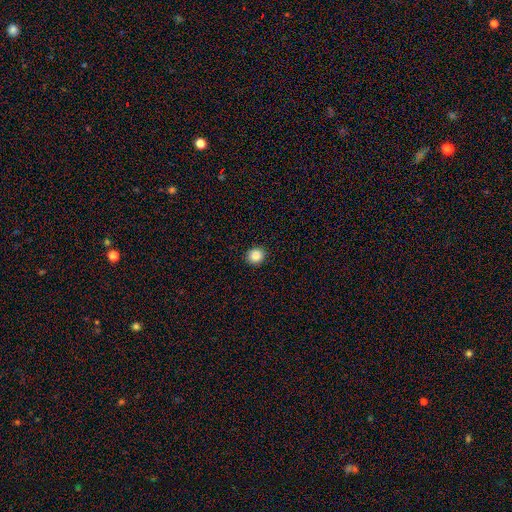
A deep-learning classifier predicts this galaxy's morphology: A smooth galaxy with no disk features (87%) that is round (88%).

Vote fractions:
- Smooth or featured? smooth: 87% / star or artifact: 10% / featured or disk: 4%
- How rounded? round: 88% / in between: 11% / cigar-shaped: 1%
- Merging? none: 93% / minor disturbance: 5% / major disturbance: 2% / merger: 1%